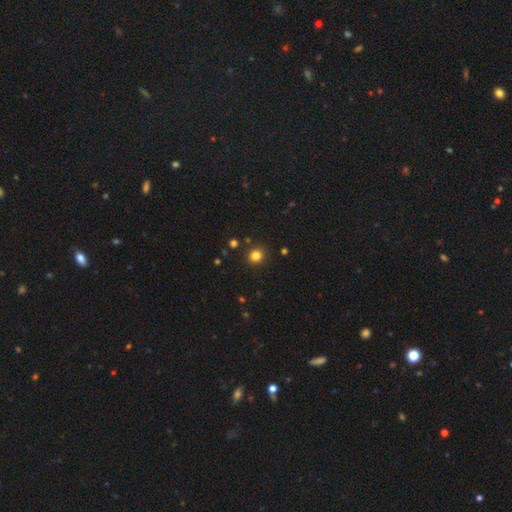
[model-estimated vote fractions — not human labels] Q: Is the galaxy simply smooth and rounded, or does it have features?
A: smooth — 82%.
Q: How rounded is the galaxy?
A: round — 91%.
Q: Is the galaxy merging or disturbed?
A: none — 90%.